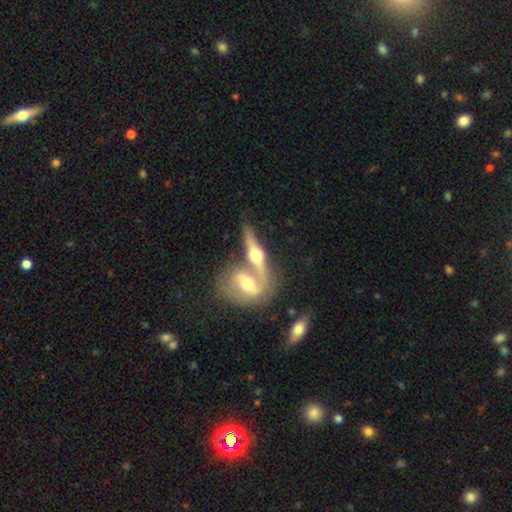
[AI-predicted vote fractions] smooth-or-featured: featured or disk: 70% | smooth: 24% | star or artifact: 6%
  disk-edge-on: yes: 81% | no: 19%
    edge-on-bulge: rounded: 94% | boxy: 4% | none: 2%
  merging: merger: 51% | none: 35% | minor disturbance: 9% | major disturbance: 4%